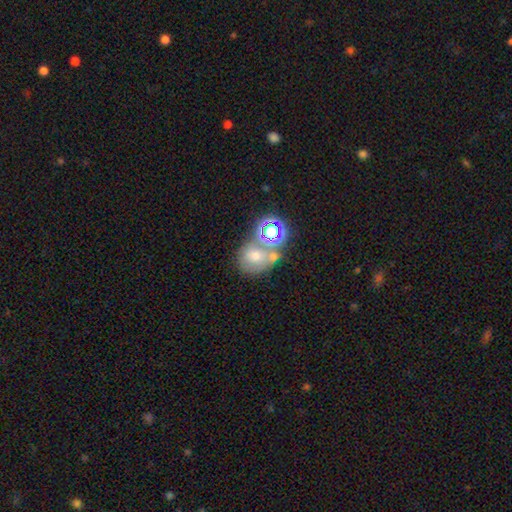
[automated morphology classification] Overall: smooth (47%; featured or disk 28%). Merging: merger (41%; none 38%).